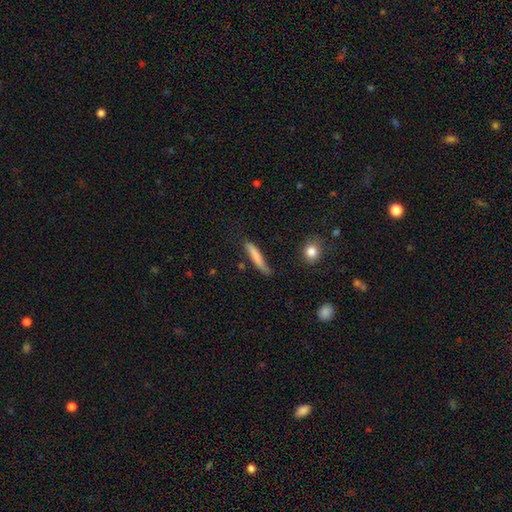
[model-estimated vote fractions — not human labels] smooth_or_featured: smooth (p=0.75) [alt: featured or disk p=0.19]
how_rounded: cigar-shaped (p=0.91) [alt: in between p=0.07]
merging: none (p=0.64) [alt: minor disturbance p=0.26]